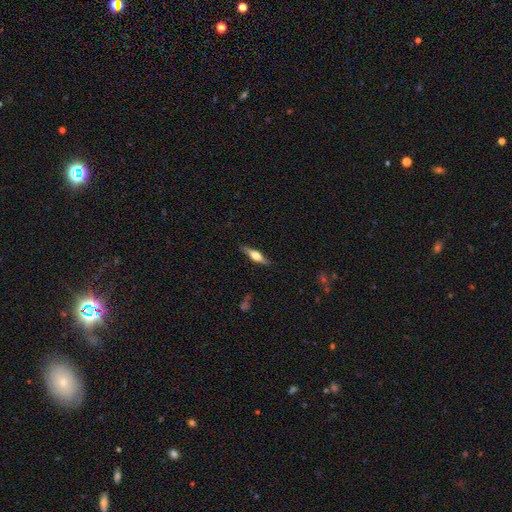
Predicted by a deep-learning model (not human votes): Overall: featured or disk (58%; smooth 36%). Edge-on disk: yes (95%). Edge-on bulge: rounded (91%). Merging: none (87%).